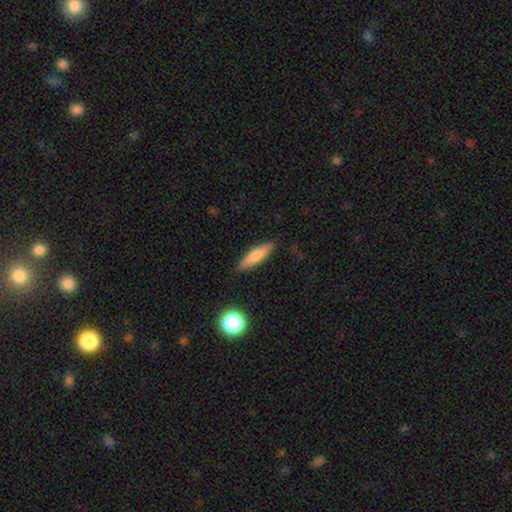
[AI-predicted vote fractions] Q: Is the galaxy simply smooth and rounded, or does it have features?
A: smooth — 70%.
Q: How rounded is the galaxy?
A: cigar-shaped — 71%.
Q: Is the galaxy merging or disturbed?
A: none — 85%.